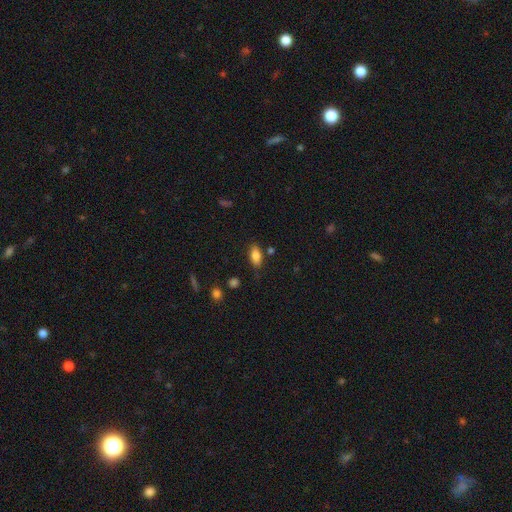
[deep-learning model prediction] Smooth or featured? Predicted: smooth (p=0.83). How rounded? Predicted: in between (p=0.87). Merging? Predicted: none (p=0.79).